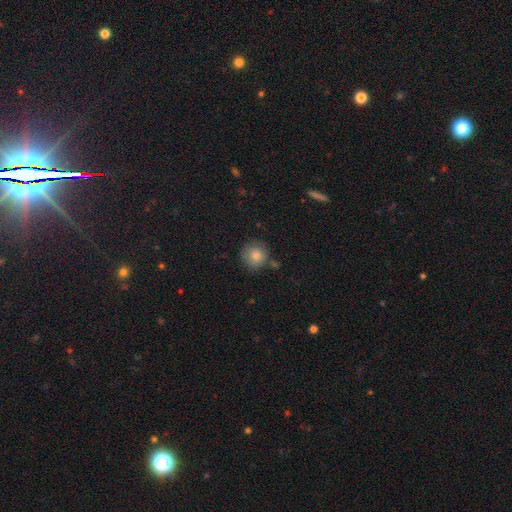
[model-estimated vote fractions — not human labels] smooth_or_featured: smooth (p=0.83) [alt: star or artifact p=0.09]
how_rounded: round (p=0.91) [alt: in between p=0.08]
merging: none (p=0.76) [alt: minor disturbance p=0.14]